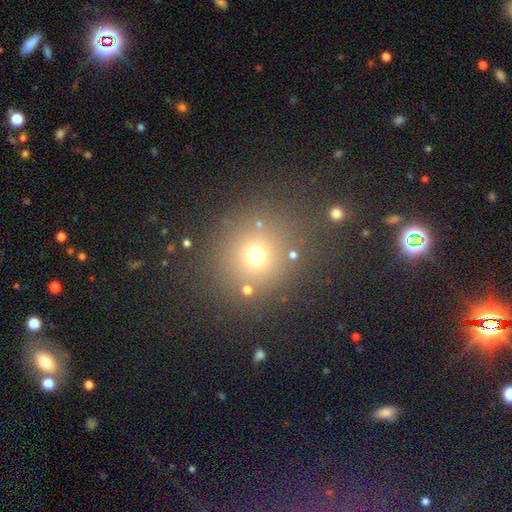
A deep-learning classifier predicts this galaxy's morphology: A smooth galaxy with no disk features (66%) that is round (85%).

Vote fractions:
- Smooth or featured? smooth: 66% / star or artifact: 24% / featured or disk: 9%
- How rounded? round: 85% / in between: 14% / cigar-shaped: 1%
- Merging? none: 79% / minor disturbance: 10% / merger: 6% / major disturbance: 6%